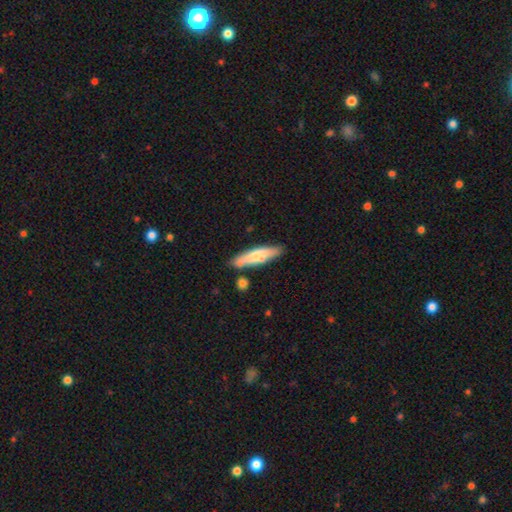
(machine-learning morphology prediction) A smooth galaxy with no disk features (65%) that is cigar-shaped (77%). Merging: none (74%).